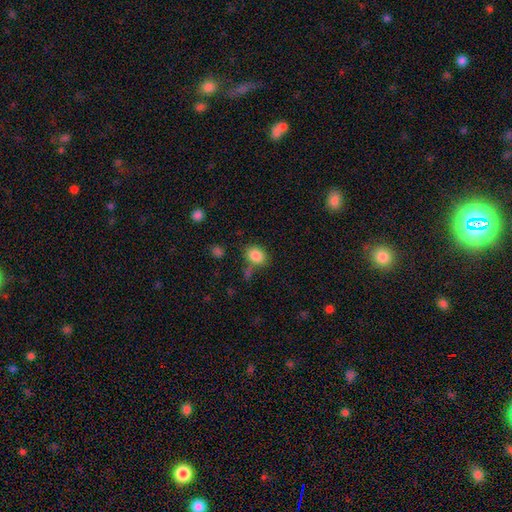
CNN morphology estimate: The model was most divided on "how rounded": in between: 62%, round: 37%, cigar-shaped: 1%. More confident: smooth or featured — smooth (86%); merging — none (69%).